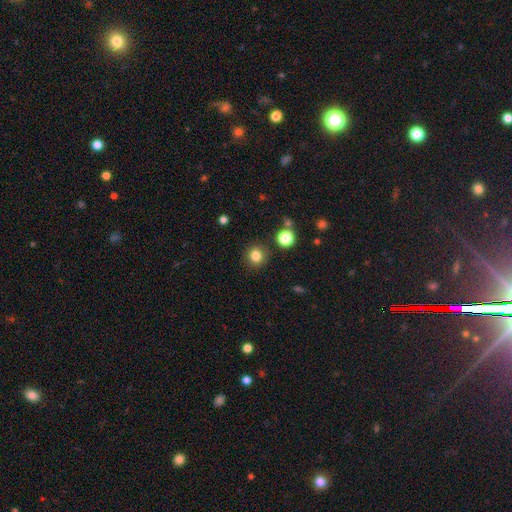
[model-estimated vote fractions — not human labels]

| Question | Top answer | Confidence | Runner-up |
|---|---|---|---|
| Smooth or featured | smooth | 83% | star or artifact (12%) |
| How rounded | round | 90% | in between (9%) |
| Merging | none | 89% | minor disturbance (7%) |